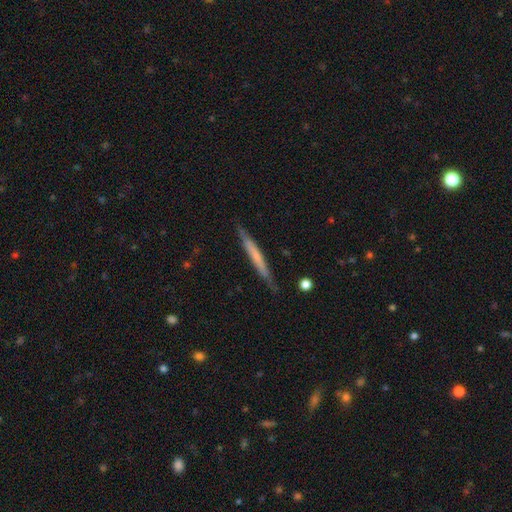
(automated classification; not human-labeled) The model was most divided on "smooth or featured" (2-way tie): smooth: 47%, featured or disk: 47%, star or artifact: 6%. More confident: merging — none (82%).